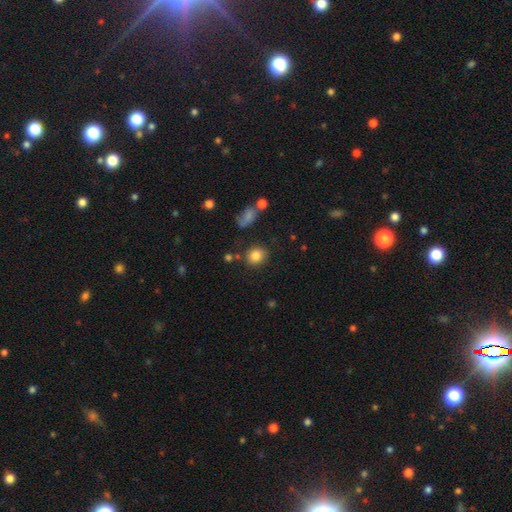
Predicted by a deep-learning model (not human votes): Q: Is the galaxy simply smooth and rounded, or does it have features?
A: smooth — 83%.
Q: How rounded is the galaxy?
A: round — 77%.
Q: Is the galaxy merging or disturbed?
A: none — 82%.